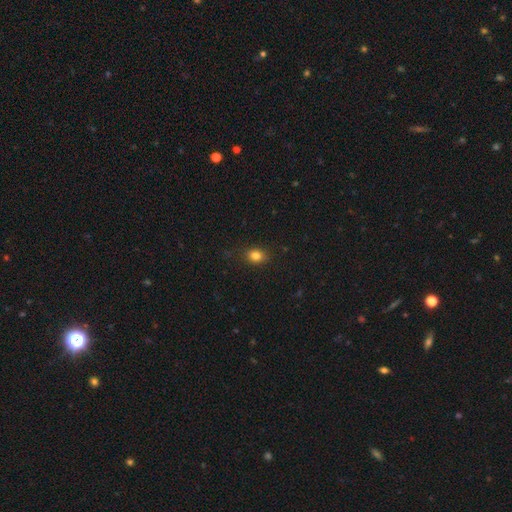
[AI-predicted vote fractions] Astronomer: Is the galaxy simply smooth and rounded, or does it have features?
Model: smooth — 83%.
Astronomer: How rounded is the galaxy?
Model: in between — 55% (runner-up: round, 44%).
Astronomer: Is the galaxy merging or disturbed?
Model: none — 85%.